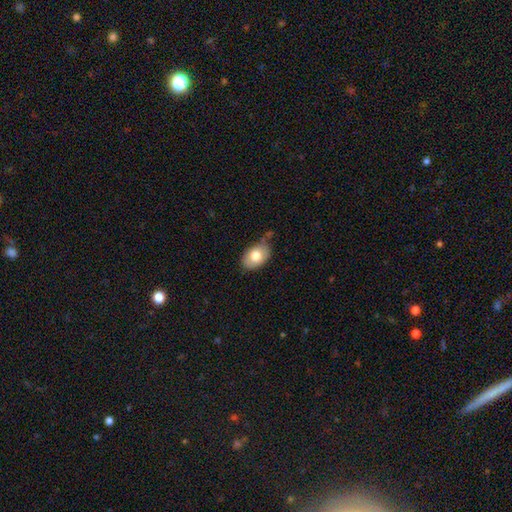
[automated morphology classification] Smooth or featured?
  - smooth: 77% *
  - featured or disk: 16%
  - star or artifact: 7%
How rounded?
  - in between: 87% *
  - round: 12%
  - cigar-shaped: 1%
Merging?
  - none: 67% *
  - minor disturbance: 24%
  - merger: 5%
  - major disturbance: 5%